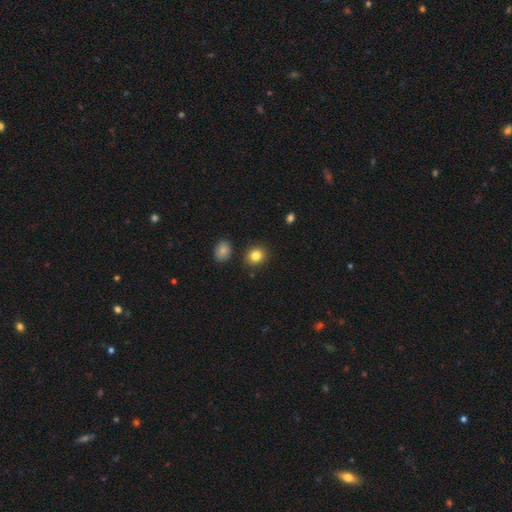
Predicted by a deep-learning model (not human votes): A smooth galaxy with no disk features (83%) that is round (73%).

Vote fractions:
- Smooth or featured? smooth: 83% / star or artifact: 10% / featured or disk: 7%
- How rounded? round: 73% / in between: 26% / cigar-shaped: 1%
- Merging? none: 87% / minor disturbance: 7% / merger: 4% / major disturbance: 2%